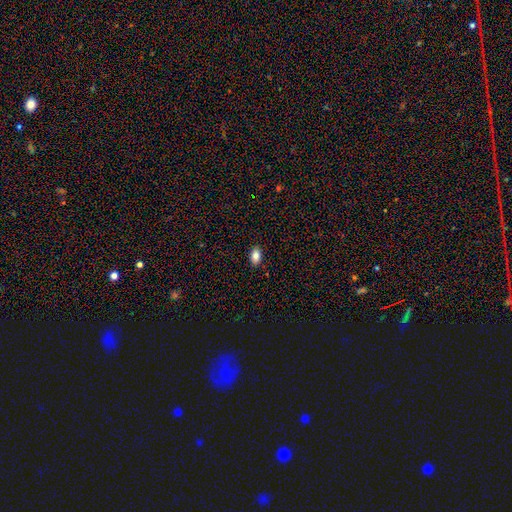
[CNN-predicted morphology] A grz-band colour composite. It shows a smooth galaxy with no disk features (85%) that is in between round and cigar-shaped (89%). Merging: none (89%).